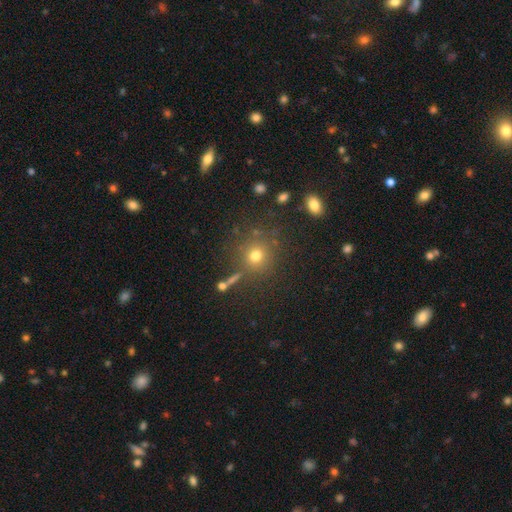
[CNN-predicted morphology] smooth 70%, star or artifact 19%, featured or disk 11%. Down the decision tree: how rounded — round (90%); merging — none (78%).